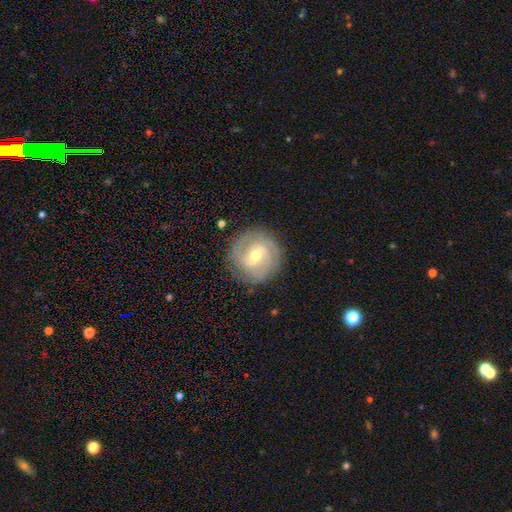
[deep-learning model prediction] featured or disk 81%, smooth 13%, star or artifact 6%. Down the decision tree: edge-on disk — no (97%); bar — weak (58%); spiral arms — yes (94%); spiral arm count — 2 (40%); spiral winding — tight (63%); bulge size — moderate (58%); merging — none (84%).